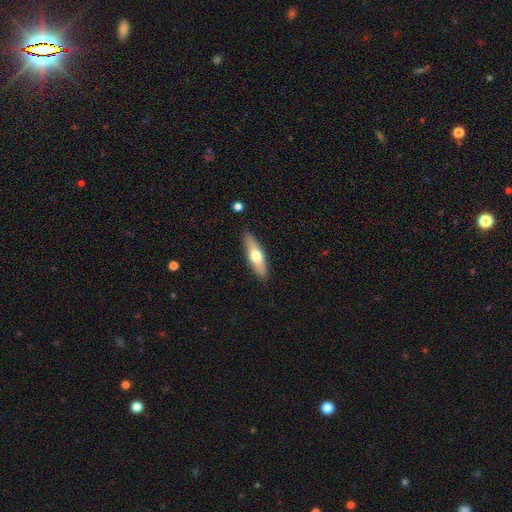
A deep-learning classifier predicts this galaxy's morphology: Smooth or featured?
  - smooth: 58% *
  - featured or disk: 37%
  - star or artifact: 5%
How rounded?
  - cigar-shaped: 56% *
  - in between: 42%
  - round: 2%
Merging?
  - none: 88% *
  - minor disturbance: 8%
  - major disturbance: 2%
  - merger: 1%